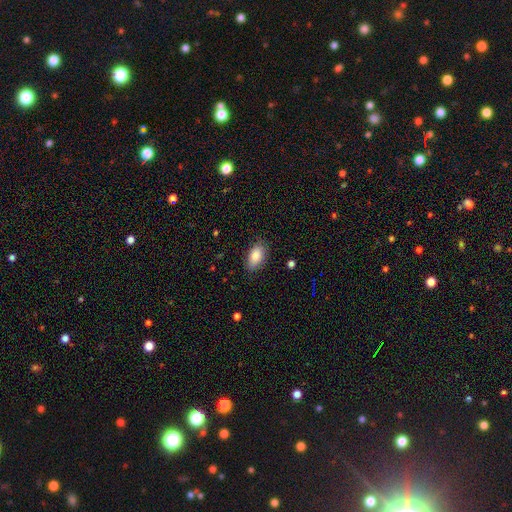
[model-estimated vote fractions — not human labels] Morphology: type=smooth (87%); roundness=in between (93%); merging=none (82%).